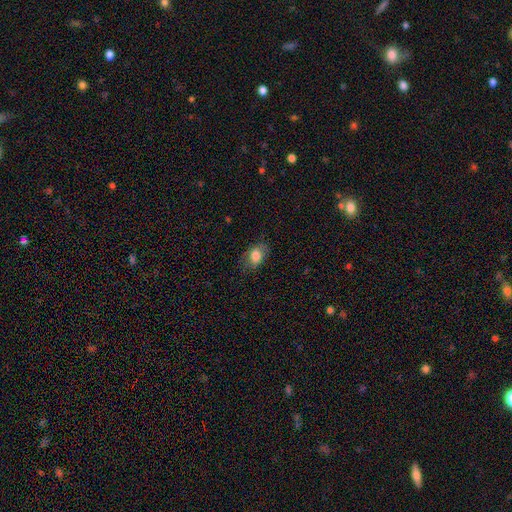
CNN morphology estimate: smooth_or_featured: smooth (p=0.79) [alt: featured or disk p=0.13]
how_rounded: in between (p=0.80) [alt: round p=0.19]
merging: none (p=0.69) [alt: minor disturbance p=0.22]